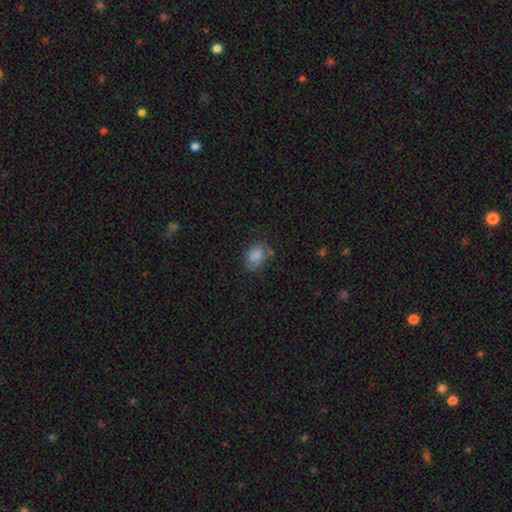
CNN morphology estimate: This appears to be a smooth galaxy with no disk features (83%) that is in between round and cigar-shaped (69%). Merging: none (66%).